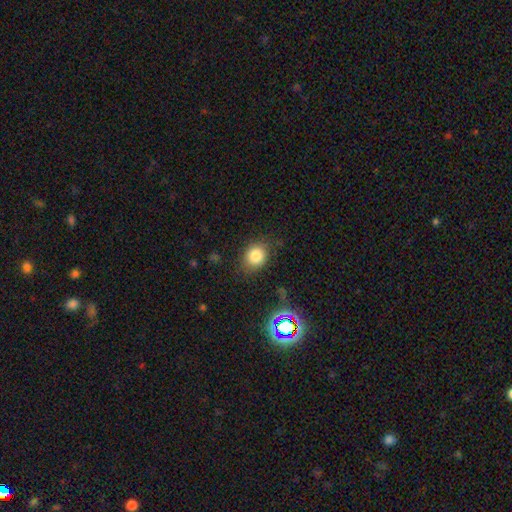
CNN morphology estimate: This appears to be a smooth galaxy with no disk features (81%) that is round (63%). Merging: none (77%).